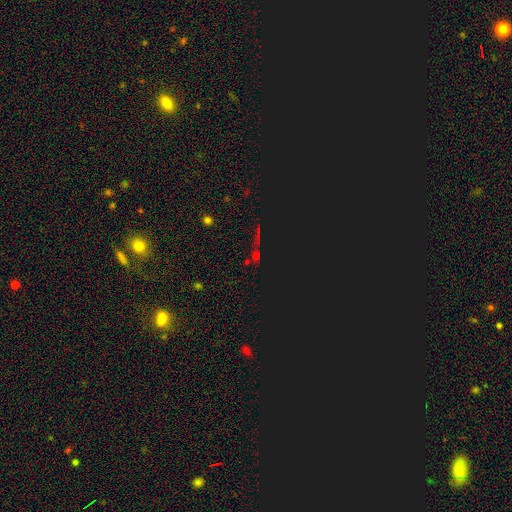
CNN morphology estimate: The model was most divided on "smooth or featured": star or artifact: 71%, smooth: 18%, featured or disk: 10%.